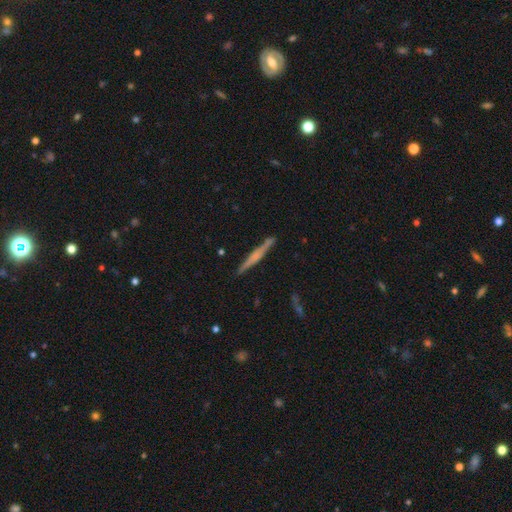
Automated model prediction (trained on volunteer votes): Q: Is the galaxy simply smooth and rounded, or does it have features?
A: featured or disk — 56%.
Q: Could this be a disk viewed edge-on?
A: yes — 97%.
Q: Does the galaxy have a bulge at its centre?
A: none — 44%.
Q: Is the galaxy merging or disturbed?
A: none — 89%.